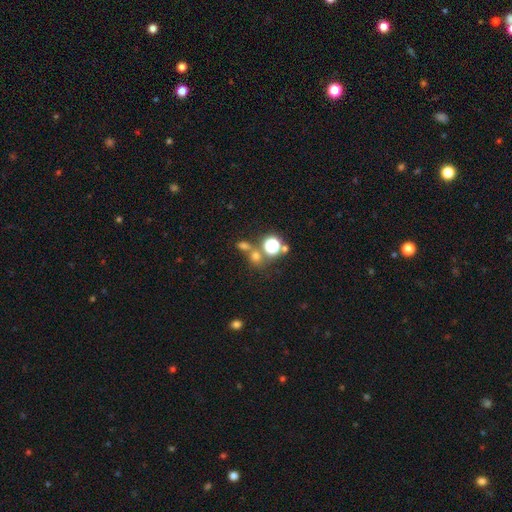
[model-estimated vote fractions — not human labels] This appears to be a smooth galaxy with no disk features (61%) that is round (73%). Merging: none (52%).